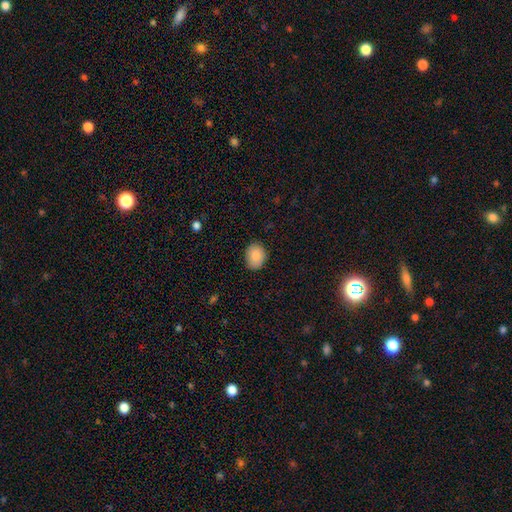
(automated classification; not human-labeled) The model was most divided on "how rounded": in between: 58%, round: 41%, cigar-shaped: 1%. More confident: smooth or featured — smooth (86%); merging — none (86%).